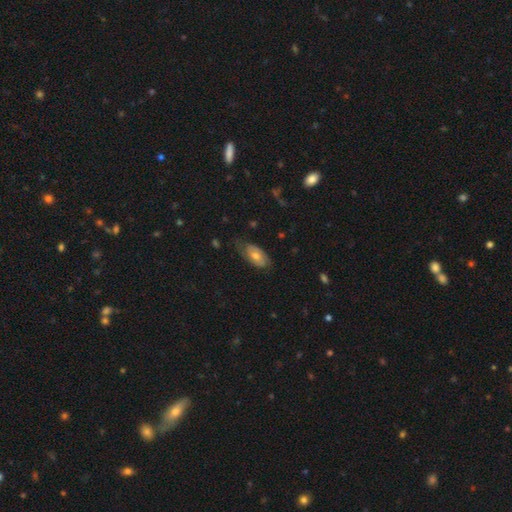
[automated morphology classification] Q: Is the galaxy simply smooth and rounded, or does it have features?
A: smooth — 58%.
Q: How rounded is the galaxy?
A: in between — 92%.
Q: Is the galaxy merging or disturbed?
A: none — 57%.